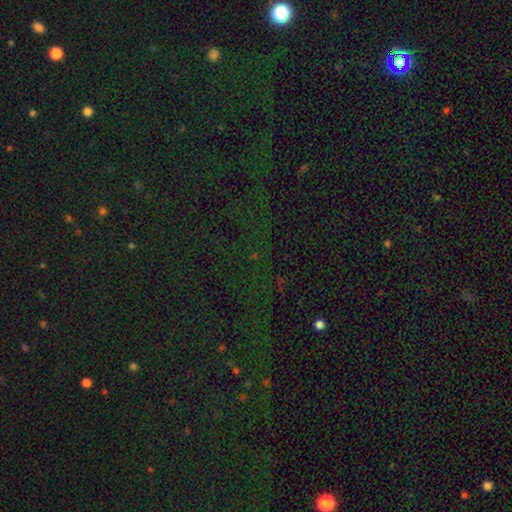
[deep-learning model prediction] Overall: star or artifact (80%).